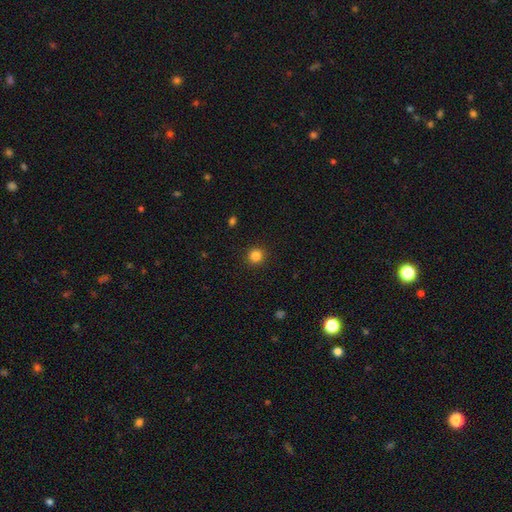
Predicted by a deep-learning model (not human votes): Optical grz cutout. It shows a smooth galaxy with no disk features (84%) that is round (93%). Merging: none (92%).